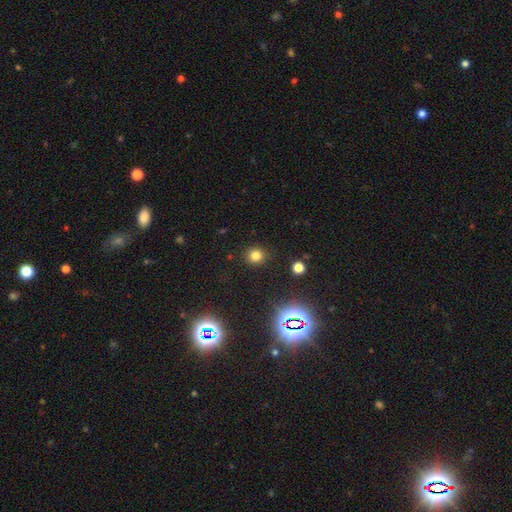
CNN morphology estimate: This is likely a smooth galaxy (77%). How rounded: clearly round (87%). Merging: clearly none (90%).